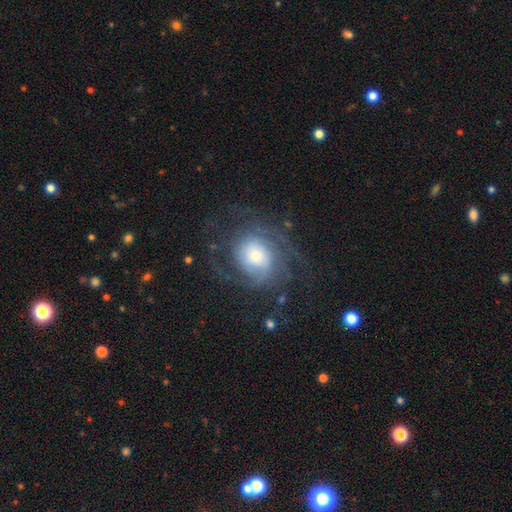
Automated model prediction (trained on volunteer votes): Q: Smooth or featured?
A: featured or disk (79%); runner-up: smooth (13%)
Q: Edge-on disk?
A: no (98%); runner-up: yes (2%)
Q: Bar?
A: no (71%); runner-up: weak (23%)
Q: Spiral arms?
A: yes (94%); runner-up: no (6%)
Q: Spiral winding?
A: tight (42%); runner-up: medium (40%)
Q: Spiral arm count?
A: 2 (31%); runner-up: can't tell (25%)
Q: Bulge size?
A: moderate (40%); runner-up: large (31%)
Q: Merging?
A: none (65%); runner-up: major disturbance (19%)